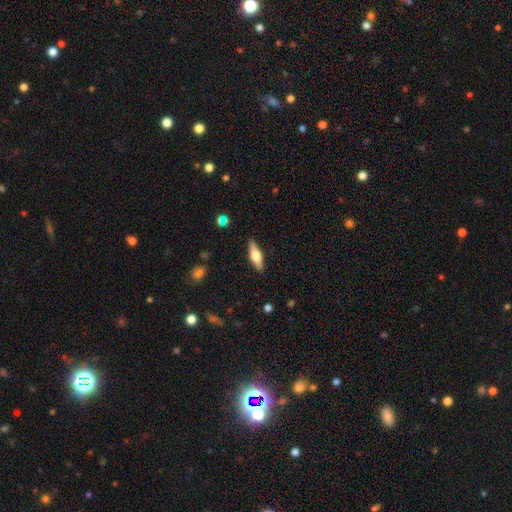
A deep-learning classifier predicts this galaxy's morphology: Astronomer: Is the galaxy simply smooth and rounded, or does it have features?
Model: featured or disk — 48% (runner-up: smooth, 46%).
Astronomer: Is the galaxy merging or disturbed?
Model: none — 88%.